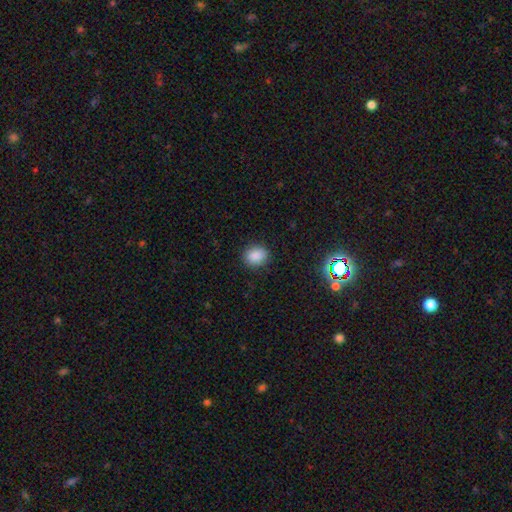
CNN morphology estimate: A smooth galaxy with no disk features (87%) that is round (61%). Merging: none (88%).